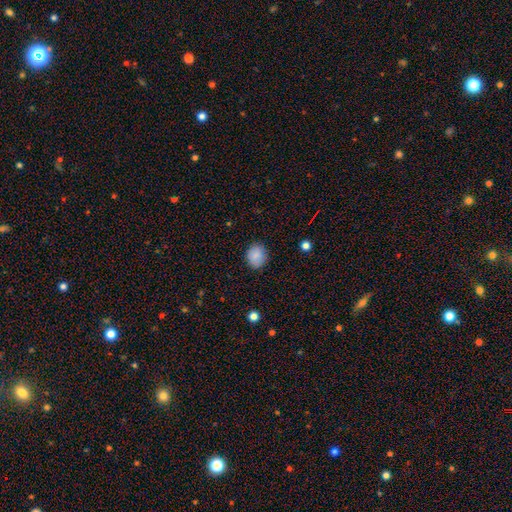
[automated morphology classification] smooth_or_featured: smooth (p=0.86) [alt: star or artifact p=0.08]
how_rounded: round (p=0.68) [alt: in between p=0.31]
merging: none (p=0.86) [alt: minor disturbance p=0.11]